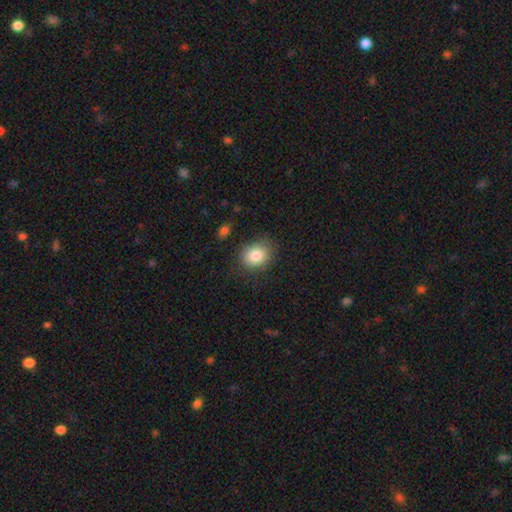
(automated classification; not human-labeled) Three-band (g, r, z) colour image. It shows a smooth galaxy with no disk features (83%) that is round (56%). Merging: none (78%).